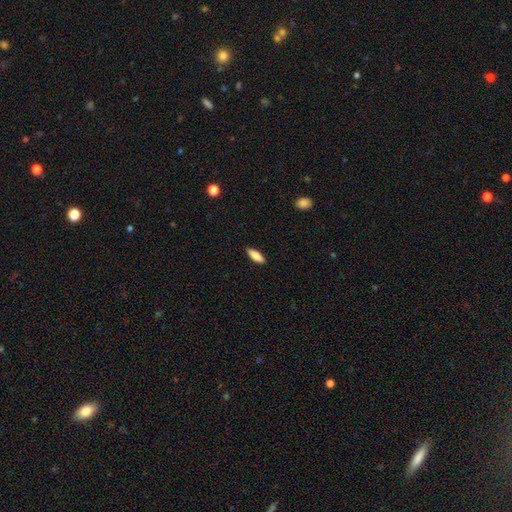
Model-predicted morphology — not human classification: smooth_or_featured: smooth (p=0.83) [alt: featured or disk p=0.10]
how_rounded: in between (p=0.61) [alt: cigar-shaped p=0.37]
merging: none (p=0.88) [alt: minor disturbance p=0.09]